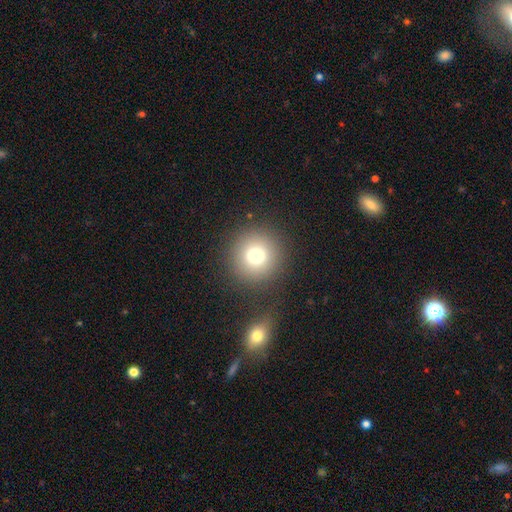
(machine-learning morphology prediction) Smooth or featured? smooth (75%)
How rounded? round (95%)
Merging? none (87%)